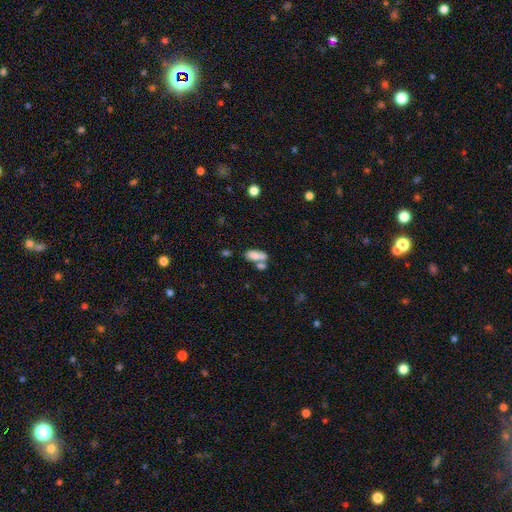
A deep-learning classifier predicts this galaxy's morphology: smooth-or-featured: smooth: 76% | featured or disk: 14% | star or artifact: 9%
  how-rounded: in between: 84% | cigar-shaped: 13% | round: 4%
  merging: merger: 47% | none: 35% | minor disturbance: 12% | major disturbance: 6%